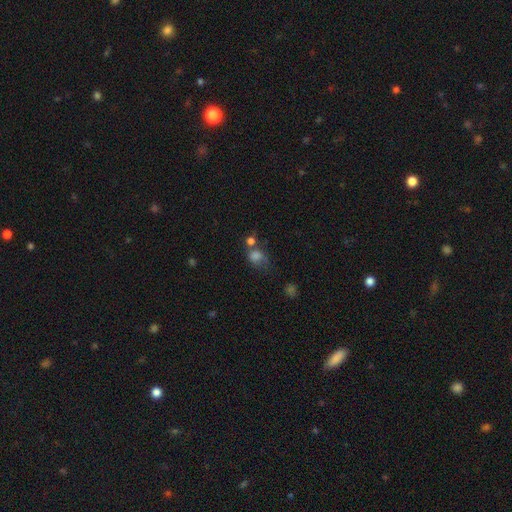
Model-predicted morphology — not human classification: Overall: smooth (76%). How rounded: round (58%; in between 41%). Merging: none (33%; merger 26%).